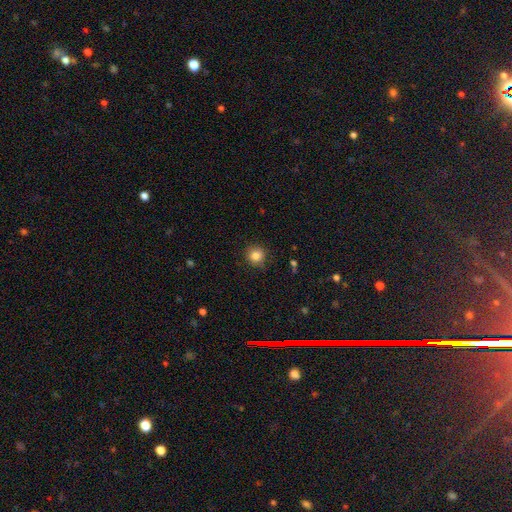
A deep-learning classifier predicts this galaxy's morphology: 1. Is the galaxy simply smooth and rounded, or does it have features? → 84% smooth, 11% star or artifact, 5% featured or disk.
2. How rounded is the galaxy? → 93% round, 6% in between, 1% cigar-shaped.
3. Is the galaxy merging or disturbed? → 86% none, 10% minor disturbance, 3% major disturbance, 1% merger.